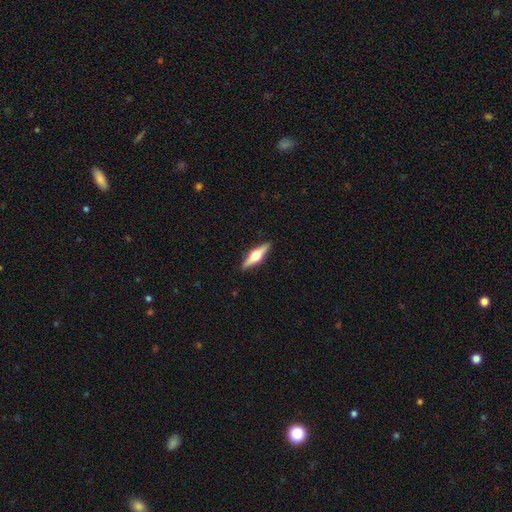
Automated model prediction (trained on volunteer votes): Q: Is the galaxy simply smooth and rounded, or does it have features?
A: featured or disk — 68%.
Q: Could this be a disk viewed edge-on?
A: yes — 97%.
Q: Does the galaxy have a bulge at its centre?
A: rounded — 95%.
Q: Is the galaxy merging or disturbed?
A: none — 91%.